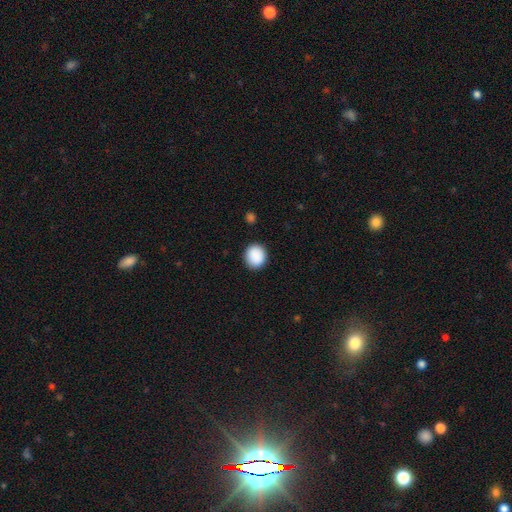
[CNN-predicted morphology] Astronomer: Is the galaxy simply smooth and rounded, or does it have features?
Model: smooth — 90%.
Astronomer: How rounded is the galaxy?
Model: round — 82%.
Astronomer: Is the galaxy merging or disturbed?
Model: none — 90%.